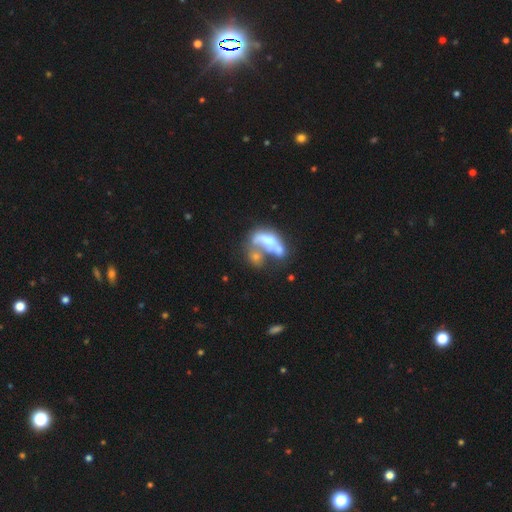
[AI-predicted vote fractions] Overall: featured or disk (49%; smooth 39%). Merging: merger (56%; major disturbance 21%).